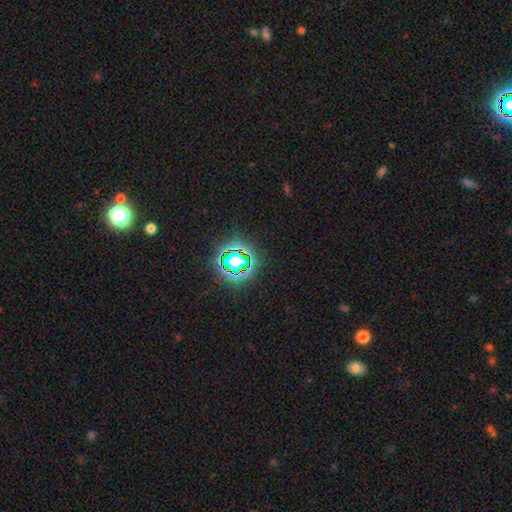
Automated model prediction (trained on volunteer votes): Morphology: type=star or artifact (80%).